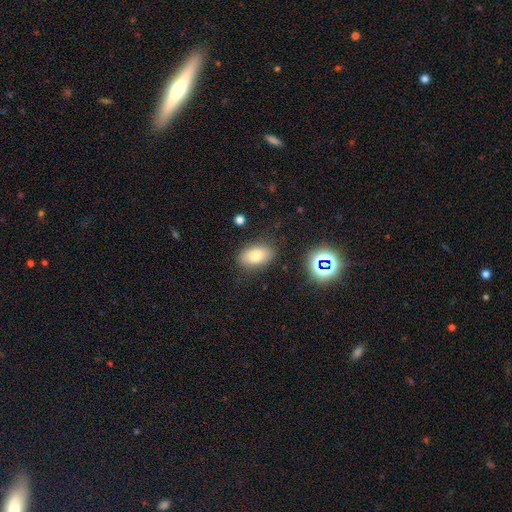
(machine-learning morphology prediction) Smooth or featured? Predicted: smooth (p=0.76). How rounded? Predicted: in between (p=0.88). Merging? Predicted: none (p=0.83).